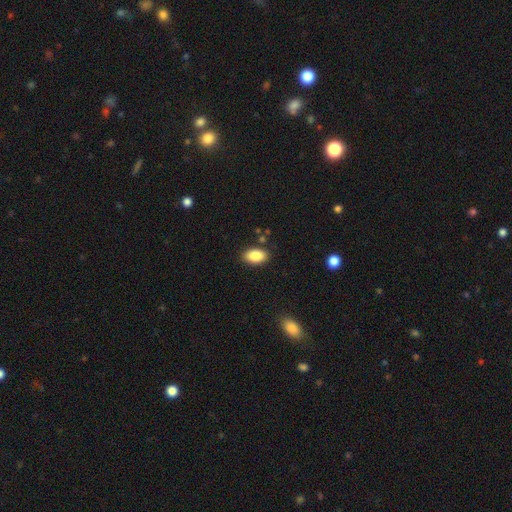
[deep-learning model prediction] The model was most divided on "merging": none: 86%, minor disturbance: 10%, major disturbance: 2%, merger: 2%. More confident: how rounded — in between (92%); smooth or featured — smooth (88%).